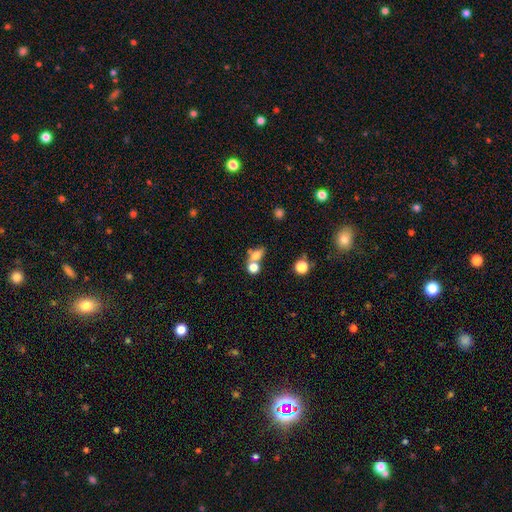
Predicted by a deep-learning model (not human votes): smooth-or-featured: smooth: 72% | featured or disk: 15% | star or artifact: 13%
  how-rounded: in between: 56% | round: 38% | cigar-shaped: 6%
  merging: merger: 49% | none: 36% | minor disturbance: 9% | major disturbance: 6%